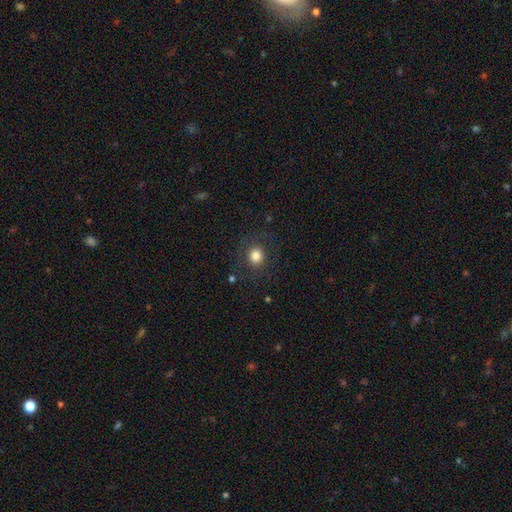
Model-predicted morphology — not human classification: type=smooth (81%); roundness=round (85%); merging=none (84%).